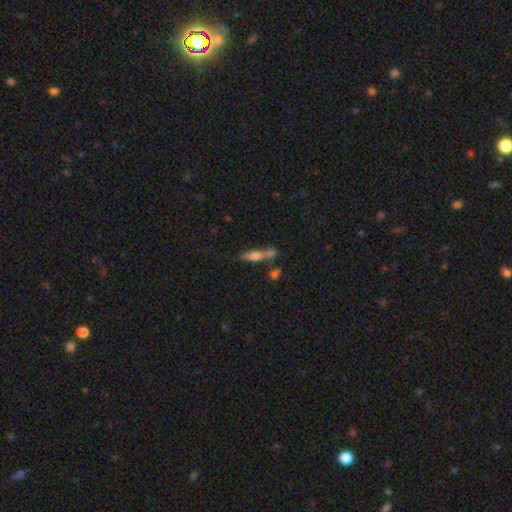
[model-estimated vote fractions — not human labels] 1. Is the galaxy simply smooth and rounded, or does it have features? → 50% smooth, 42% featured or disk, 8% star or artifact.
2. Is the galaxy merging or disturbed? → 59% none, 21% merger, 15% minor disturbance, 5% major disturbance.